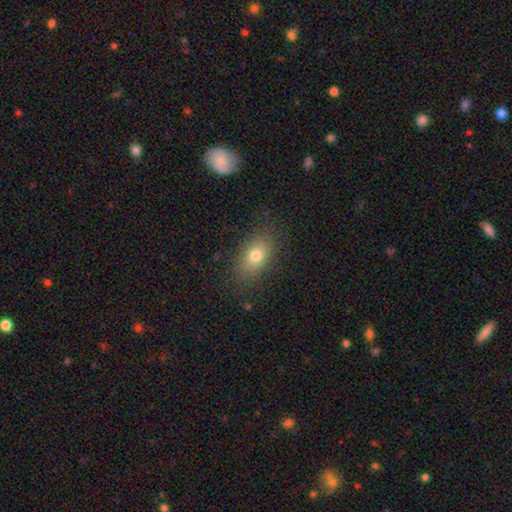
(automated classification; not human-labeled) This is likely a smooth galaxy (76%). How rounded: clearly in between (82%). Merging: clearly none (83%).